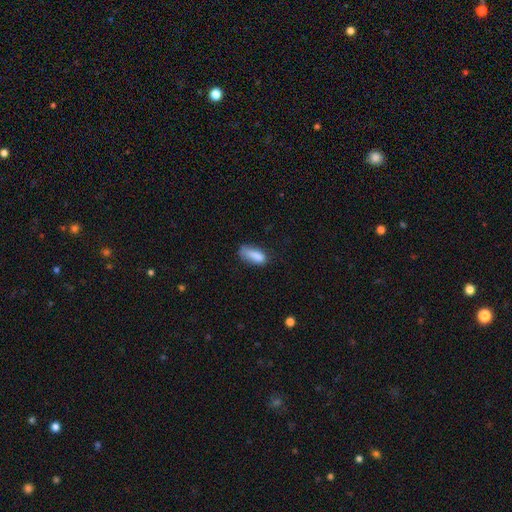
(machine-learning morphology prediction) Smooth or featured? smooth (81%)
How rounded? in between (75%)
Merging? none (49%)